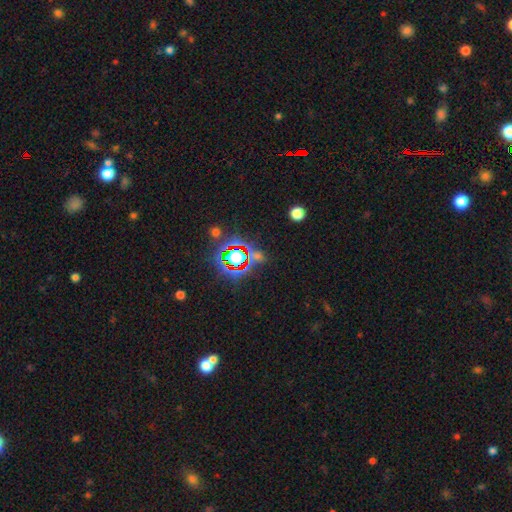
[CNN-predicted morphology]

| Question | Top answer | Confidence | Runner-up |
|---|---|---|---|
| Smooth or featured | star or artifact | 77% | smooth (14%) |